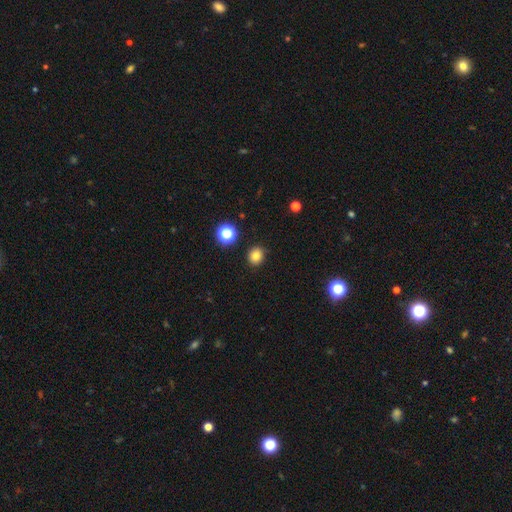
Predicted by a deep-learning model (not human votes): This appears to be a smooth galaxy with no disk features (81%) that is round (77%). Merging: none (89%).